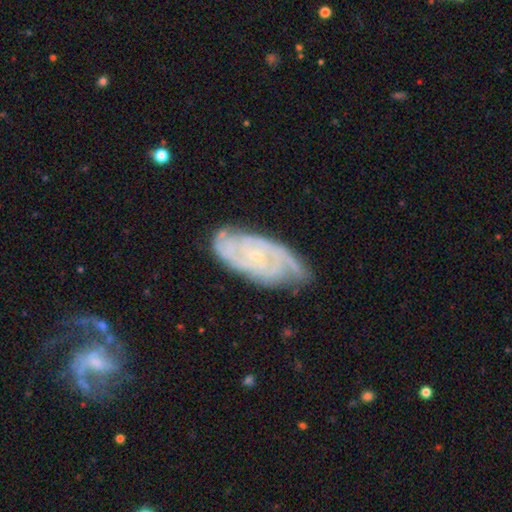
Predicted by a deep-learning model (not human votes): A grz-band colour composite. It shows a featured or disk galaxy (86%) with no bar (71%), tight (71%) spiral arms (97%) and a small central bulge (82%). Merging: none (70%).